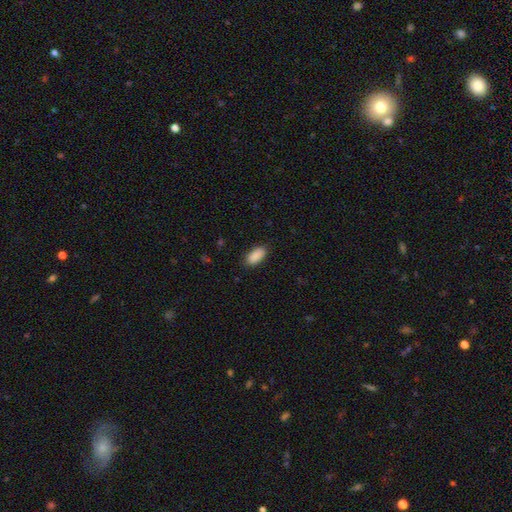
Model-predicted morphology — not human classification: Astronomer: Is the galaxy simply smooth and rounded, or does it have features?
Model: smooth — 91%.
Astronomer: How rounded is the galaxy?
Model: in between — 90%.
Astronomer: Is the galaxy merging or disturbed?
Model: none — 87%.